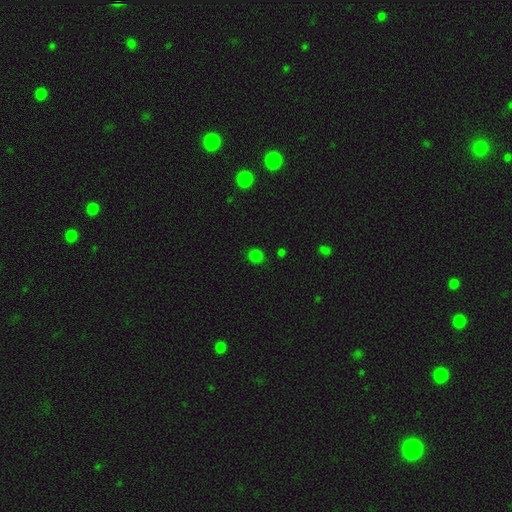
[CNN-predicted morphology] This appears to be a smooth galaxy with no disk features (77%) that is round (81%). Merging: none (86%).